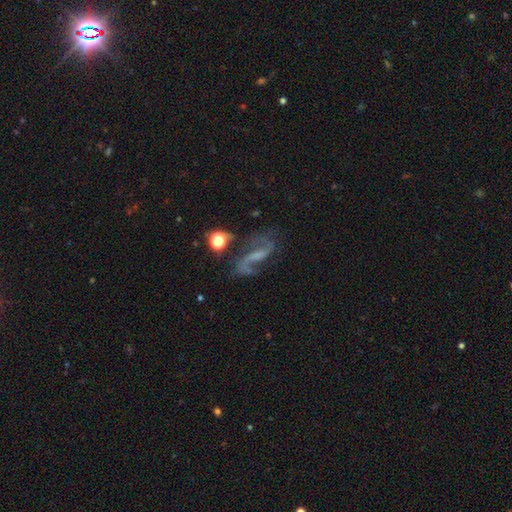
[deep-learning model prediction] Morphology: type=featured or disk (81%); edge-on=no (94%); bar=weak (41%); spiral arms=yes (94%); winding=loose (61%); arm count=2 (89%); bulge=small (42%); merging=none (61%).